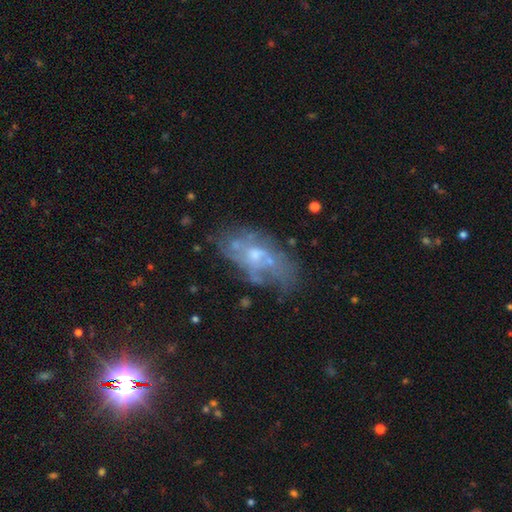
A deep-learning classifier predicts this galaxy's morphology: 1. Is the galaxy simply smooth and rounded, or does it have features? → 65% featured or disk, 24% smooth, 11% star or artifact.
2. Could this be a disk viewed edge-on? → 94% no, 6% yes.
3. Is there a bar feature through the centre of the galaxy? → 78% no, 19% weak, 3% strong.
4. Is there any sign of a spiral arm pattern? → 62% no, 38% yes.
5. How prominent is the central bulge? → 47% small, 39% moderate, 10% none, 3% large, 1% dominant.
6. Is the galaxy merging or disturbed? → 45% none, 23% minor disturbance, 22% major disturbance, 10% merger.